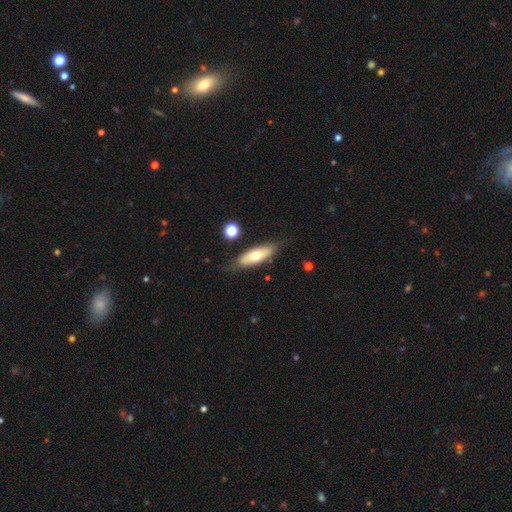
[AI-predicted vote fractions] smooth_or_featured: smooth (p=0.60) [alt: featured or disk p=0.34]
how_rounded: in between (p=0.65) [alt: cigar-shaped p=0.33]
merging: none (p=0.76) [alt: minor disturbance p=0.17]